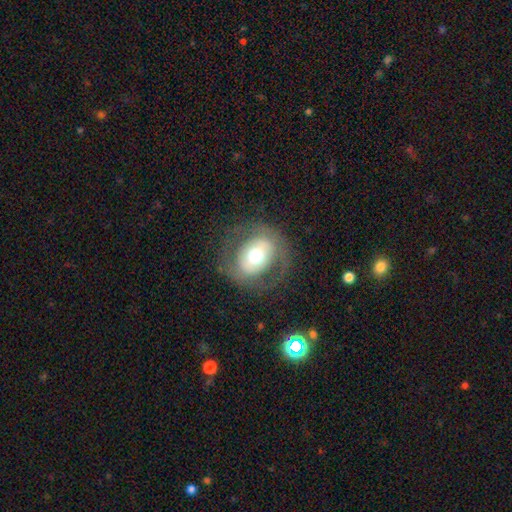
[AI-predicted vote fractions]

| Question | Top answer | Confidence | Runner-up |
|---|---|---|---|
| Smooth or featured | featured or disk | 48% | smooth (44%) |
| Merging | none | 76% | minor disturbance (12%) |